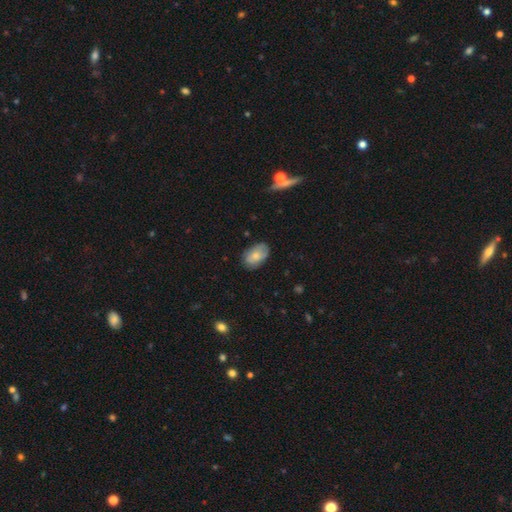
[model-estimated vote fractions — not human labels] A smooth galaxy with no disk features (74%) that is in between round and cigar-shaped (89%).

Vote fractions:
- Smooth or featured? smooth: 74% / featured or disk: 19% / star or artifact: 7%
- How rounded? in between: 89% / round: 9% / cigar-shaped: 1%
- Merging? none: 76% / minor disturbance: 19% / major disturbance: 4% / merger: 1%